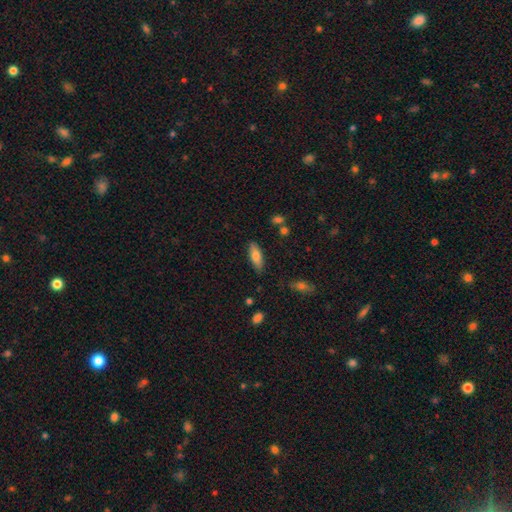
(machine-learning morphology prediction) Smooth or featured: smooth — 78% (featured or disk — 16%)
How rounded: in between — 66% (cigar-shaped — 32%)
Merging: none — 82% (minor disturbance — 13%)